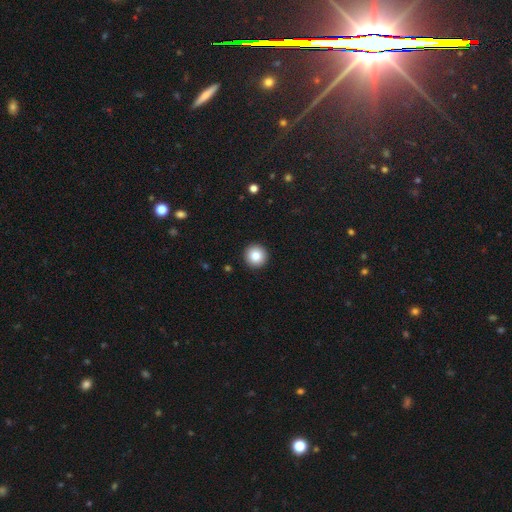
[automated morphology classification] Smooth or featured? Predicted: smooth (p=0.83). How rounded? Predicted: round (p=0.95). Merging? Predicted: none (p=0.93).